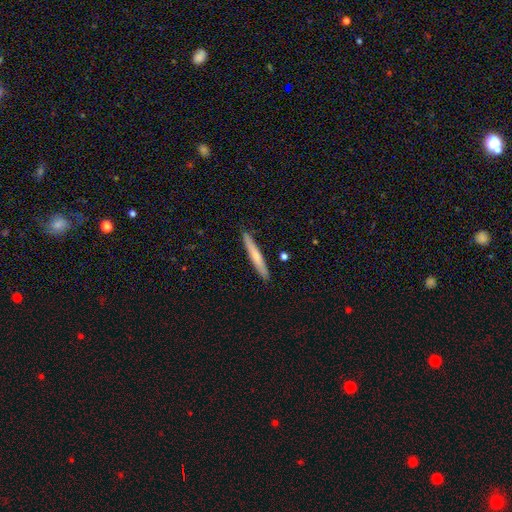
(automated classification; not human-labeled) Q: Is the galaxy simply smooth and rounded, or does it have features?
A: smooth — 64%.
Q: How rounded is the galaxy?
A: cigar-shaped — 96%.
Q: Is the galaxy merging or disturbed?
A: none — 90%.